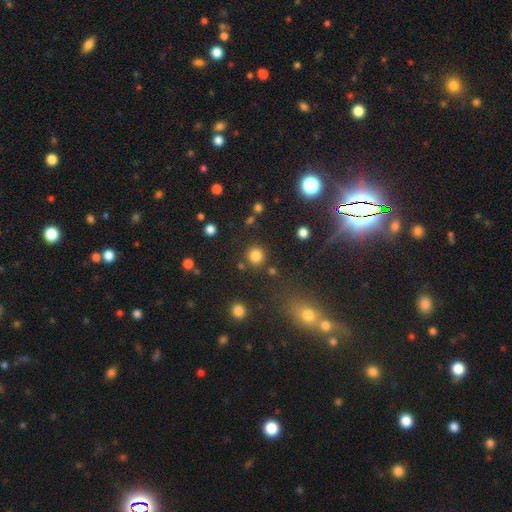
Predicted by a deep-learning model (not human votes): Smooth or featured? smooth (82%)
How rounded? round (93%)
Merging? none (86%)